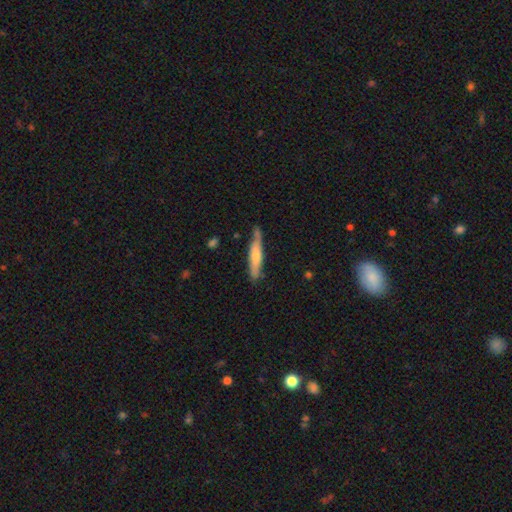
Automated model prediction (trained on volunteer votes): A smooth galaxy with no disk features (58%) that is cigar-shaped (88%).

Vote fractions:
- Smooth or featured? smooth: 58% / featured or disk: 37% / star or artifact: 5%
- How rounded? cigar-shaped: 88% / in between: 11% / round: 1%
- Merging? none: 75% / minor disturbance: 19% / major disturbance: 3% / merger: 3%